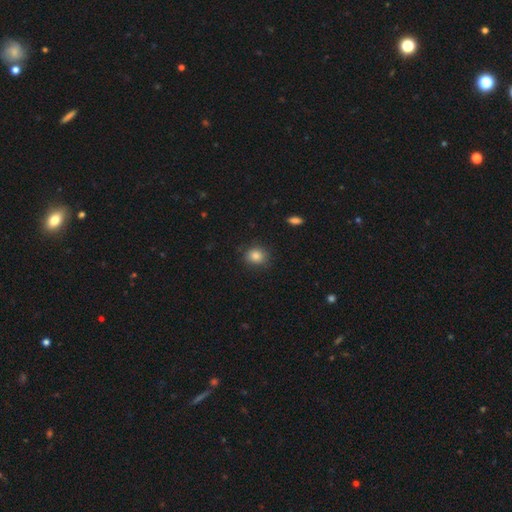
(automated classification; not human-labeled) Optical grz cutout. It shows a smooth galaxy with no disk features (83%) that is round (75%). Merging: none (82%).